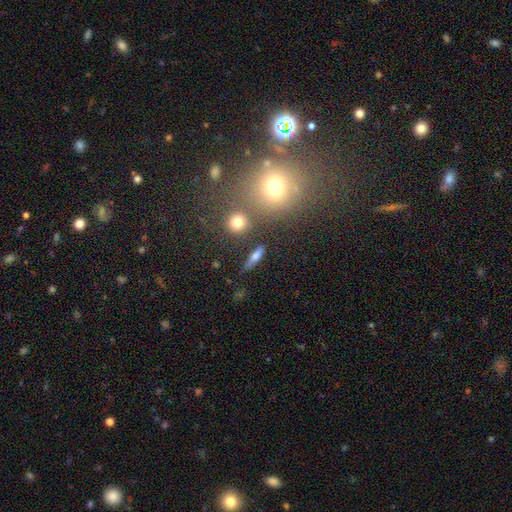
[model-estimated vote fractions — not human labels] smooth 63%, featured or disk 25%, star or artifact 12%. Down the decision tree: how rounded — cigar-shaped (59%); merging — none (77%).